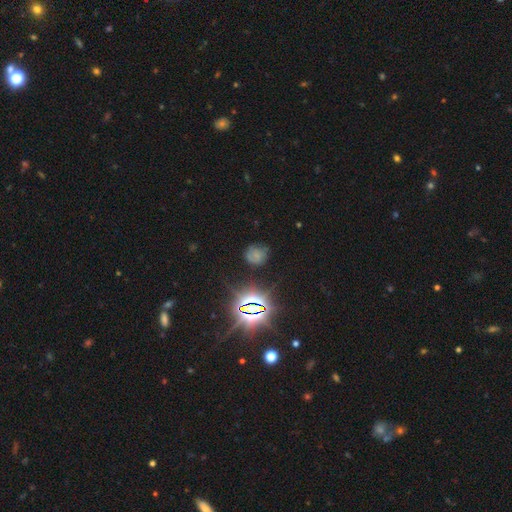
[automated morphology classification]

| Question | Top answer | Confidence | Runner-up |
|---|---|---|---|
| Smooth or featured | smooth | 50% | star or artifact (33%) |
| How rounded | round | 76% | in between (23%) |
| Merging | none | 66% | minor disturbance (22%) |